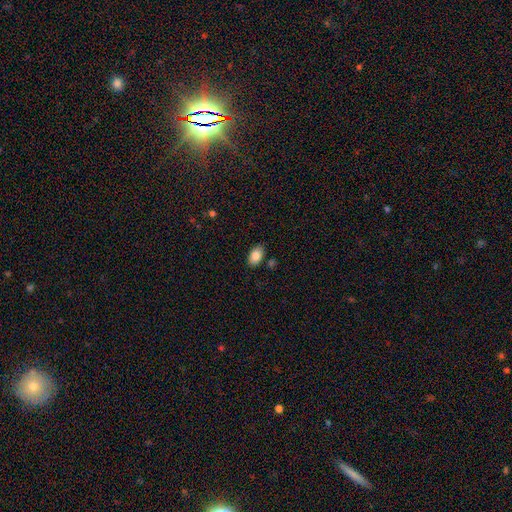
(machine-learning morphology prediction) Q: Smooth or featured?
A: smooth (86%); runner-up: star or artifact (7%)
Q: How rounded?
A: in between (92%); runner-up: round (6%)
Q: Merging?
A: none (84%); runner-up: minor disturbance (11%)